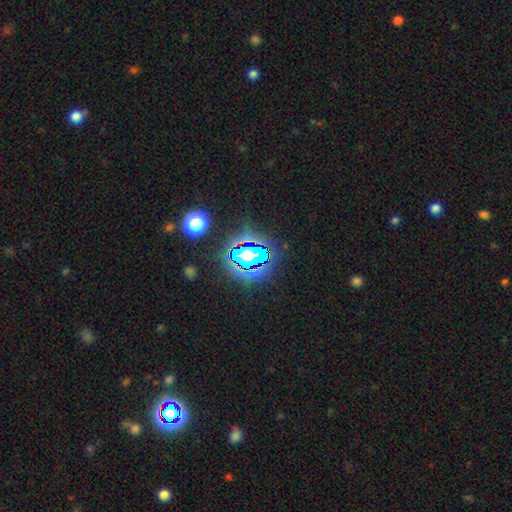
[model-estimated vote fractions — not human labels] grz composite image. It shows a star or artifact, not a galaxy (80%).